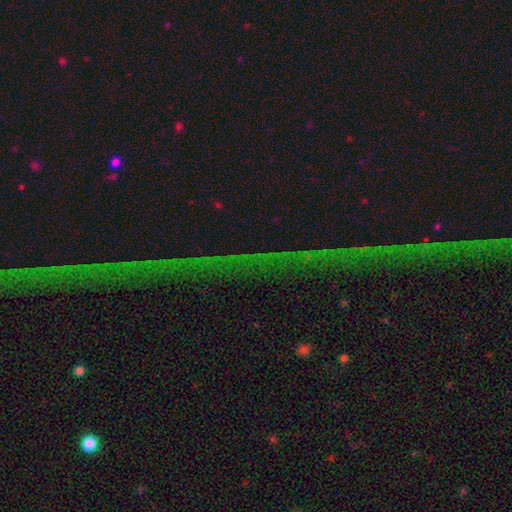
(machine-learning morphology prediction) A star or artifact, not a galaxy (75%).

Vote fractions:
- Smooth or featured? star or artifact: 75% / featured or disk: 14% / smooth: 11%